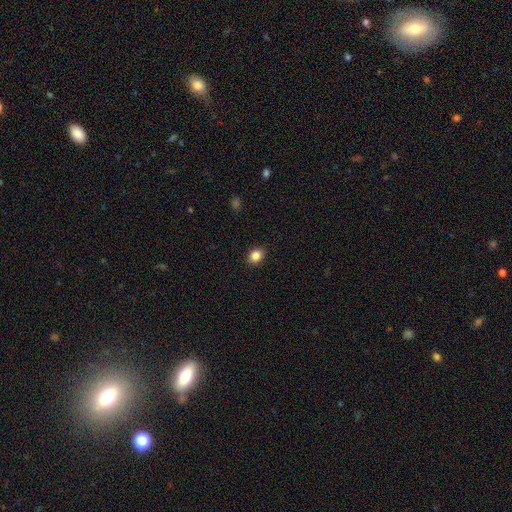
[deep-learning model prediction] A smooth galaxy with no disk features (85%) that is round (52%).

Vote fractions:
- Smooth or featured? smooth: 85% / star or artifact: 10% / featured or disk: 5%
- How rounded? round: 52% / in between: 47% / cigar-shaped: 1%
- Merging? none: 90% / minor disturbance: 7% / major disturbance: 2% / merger: 1%